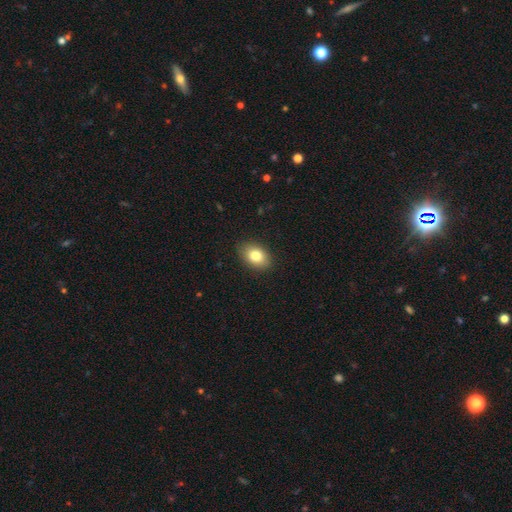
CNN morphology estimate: Smooth or featured? smooth (82%)
How rounded? in between (82%)
Merging? none (88%)